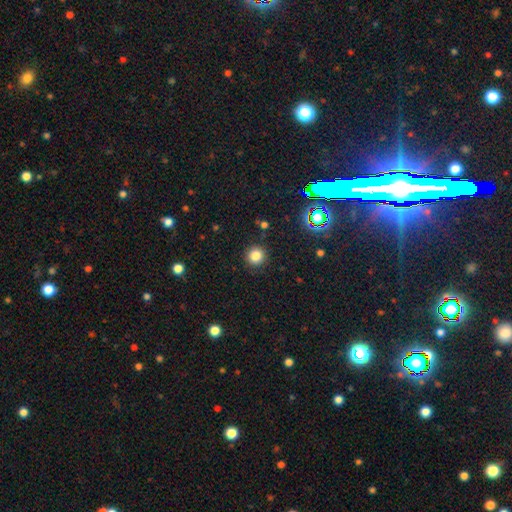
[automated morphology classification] type=smooth (81%); roundness=round (94%); merging=none (90%).